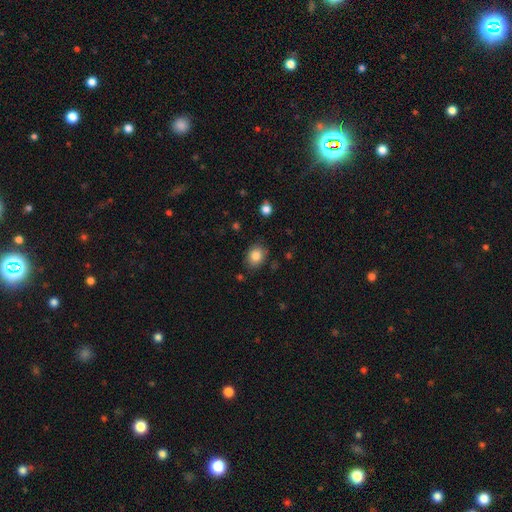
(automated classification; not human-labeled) Overall: smooth (84%). How rounded: in between (56%; round 43%). Merging: none (81%).